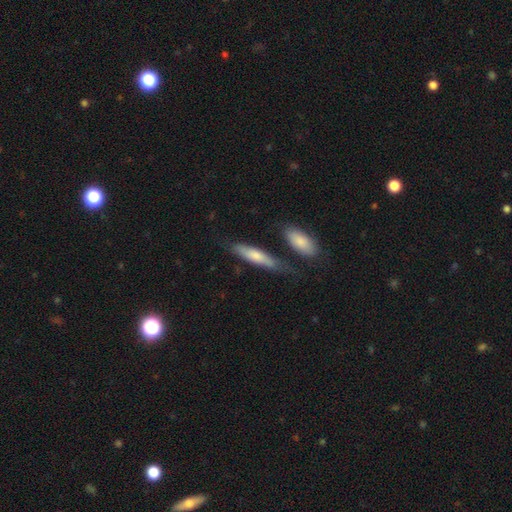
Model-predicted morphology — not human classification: A smooth galaxy with no disk features (67%) that is cigar-shaped (75%). Merging: none (61%).